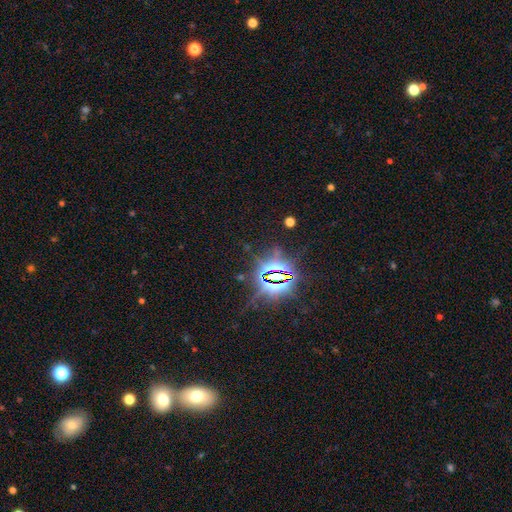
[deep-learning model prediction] This appears to be a star or artifact, not a galaxy (84%).